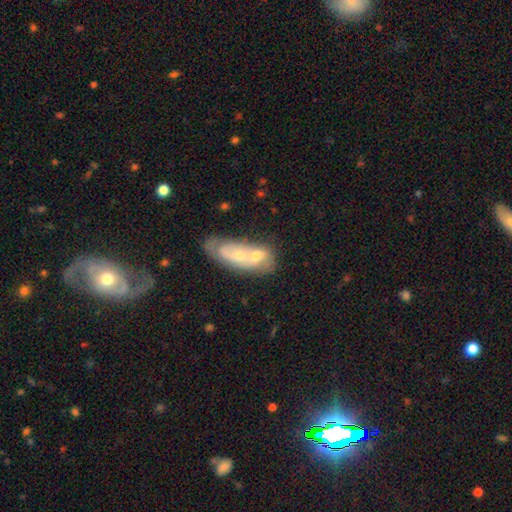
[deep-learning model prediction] Overall: featured or disk (47%; smooth 46%). Merging: merger (73%).